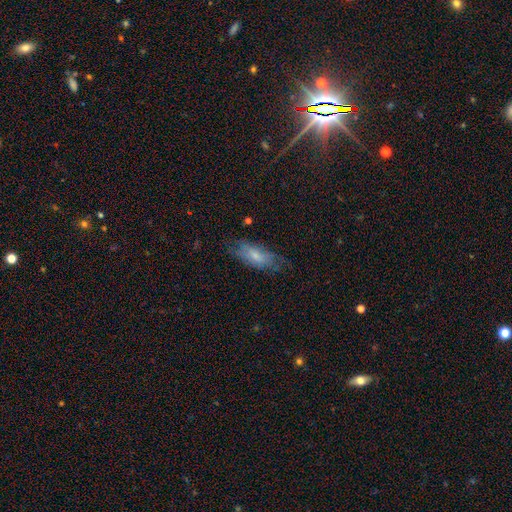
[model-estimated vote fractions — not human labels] This is likely a smooth galaxy (62%). How rounded: clearly in between (80%). Merging: likely none (63%).